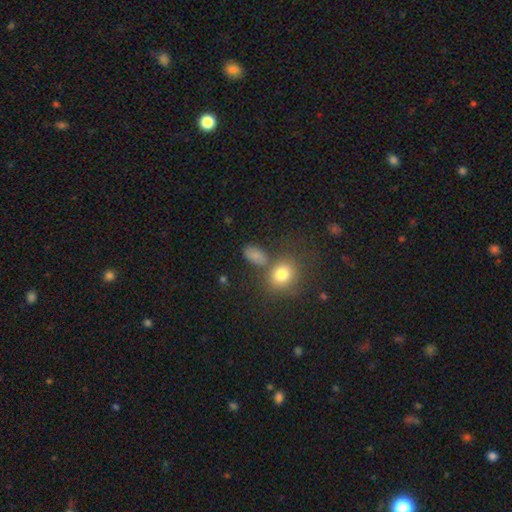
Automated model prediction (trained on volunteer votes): This is likely a smooth galaxy (78%). How rounded: likely in between (74%). Merging: likely none (64%).